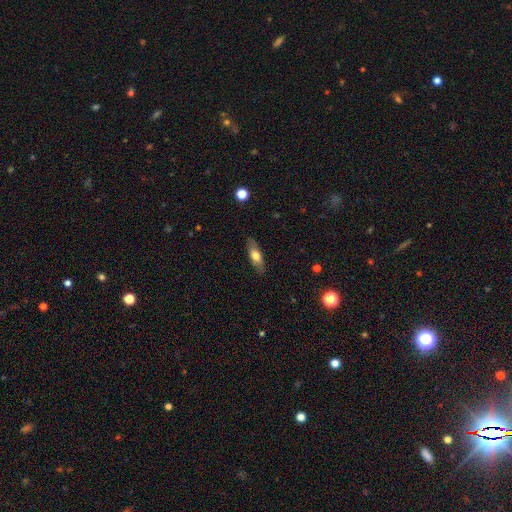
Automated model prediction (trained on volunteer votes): This appears to be a smooth galaxy with no disk features (58%) that is in between round and cigar-shaped (55%). Merging: none (85%).